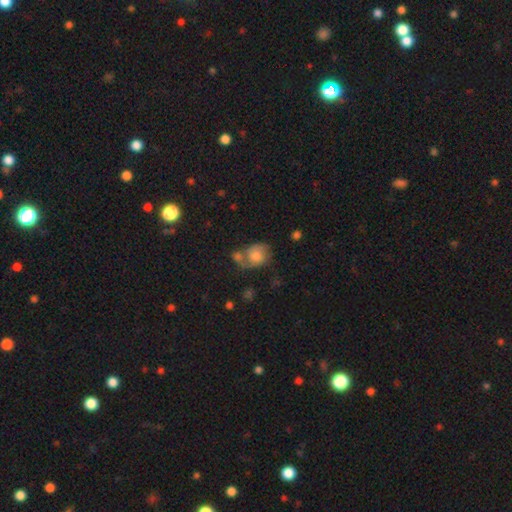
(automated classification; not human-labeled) Overall: smooth (51%; featured or disk 39%). How rounded: round (50%; in between 49%). Merging: none (38%; merger 30%).